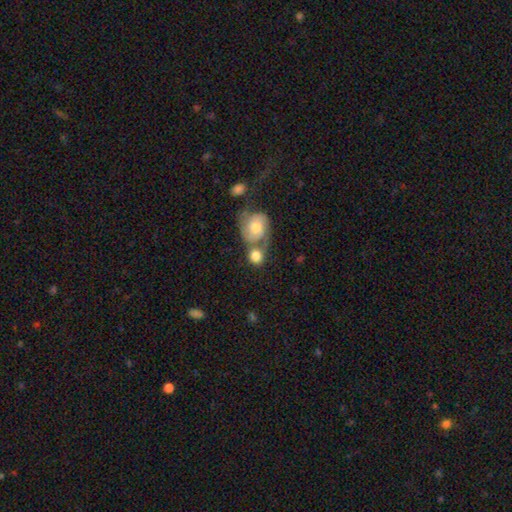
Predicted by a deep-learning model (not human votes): This is likely a smooth galaxy (67%). How rounded: likely round (73%). Merging: possibly merger (50%).